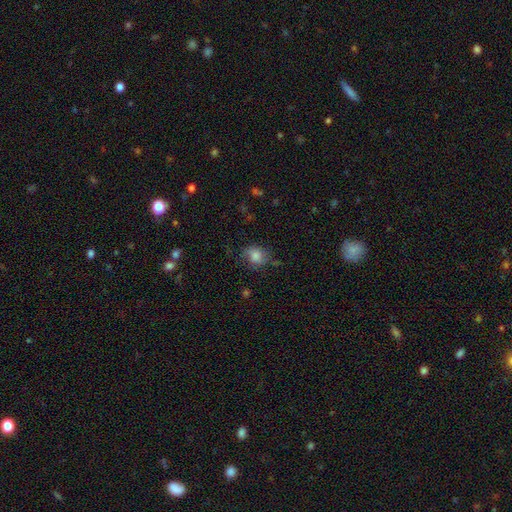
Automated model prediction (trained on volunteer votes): Morphology: type=smooth (75%); roundness=round (63%); merging=none (60%).